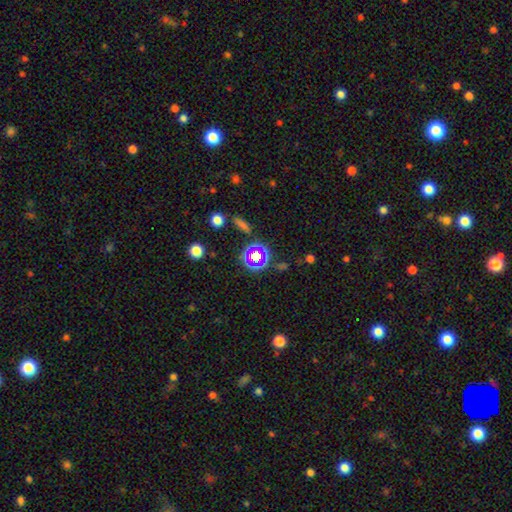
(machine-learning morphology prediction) This appears to be a star or artifact, not a galaxy (48%).